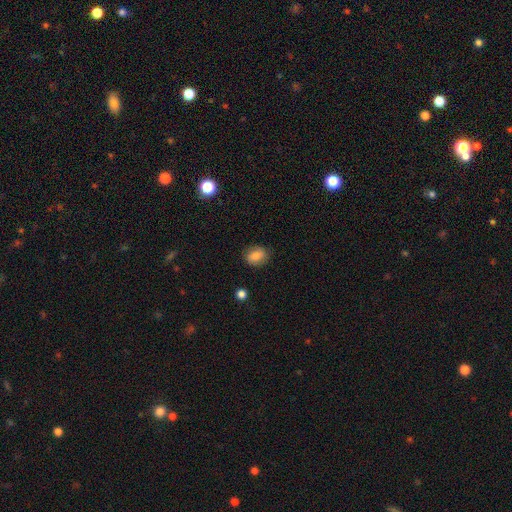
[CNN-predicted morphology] A smooth galaxy with no disk features (80%) that is in between round and cigar-shaped (56%).

Vote fractions:
- Smooth or featured? smooth: 80% / featured or disk: 10% / star or artifact: 9%
- How rounded? in between: 56% / round: 43% / cigar-shaped: 1%
- Merging? none: 84% / minor disturbance: 12% / major disturbance: 3% / merger: 1%